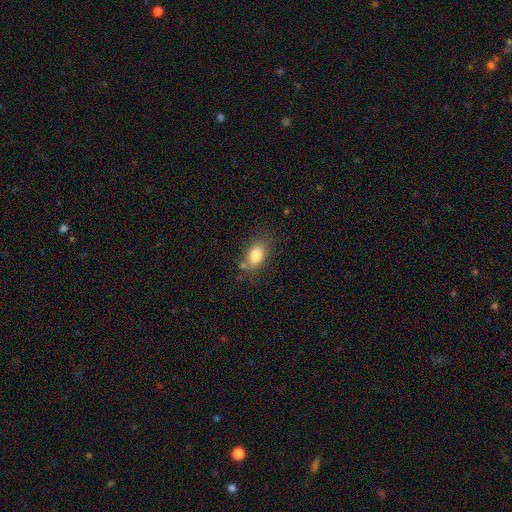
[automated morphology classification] A smooth galaxy with no disk features (79%) that is in between round and cigar-shaped (81%). Merging: none (69%).